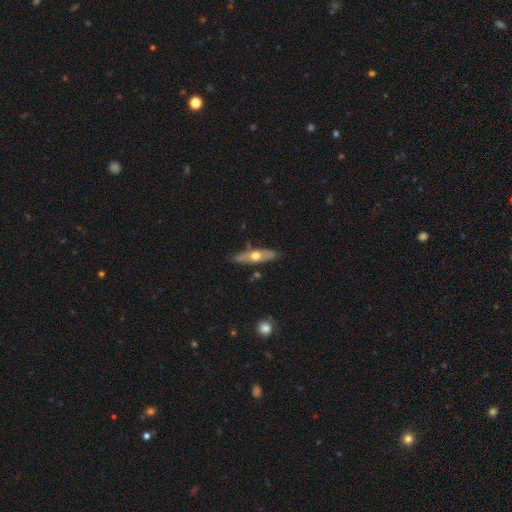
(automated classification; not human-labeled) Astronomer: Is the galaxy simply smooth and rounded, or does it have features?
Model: featured or disk — 49% (runner-up: smooth, 45%).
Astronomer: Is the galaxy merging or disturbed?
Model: none — 82%.